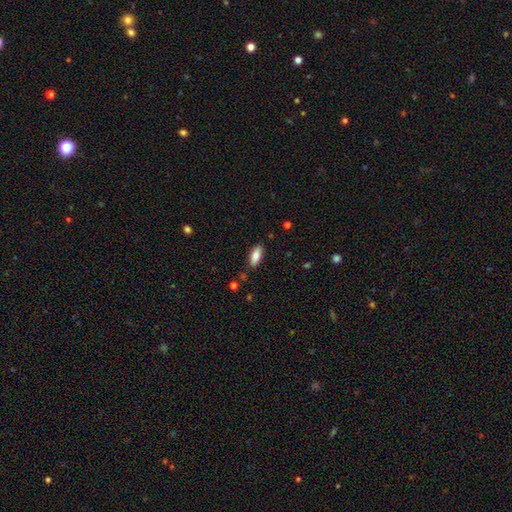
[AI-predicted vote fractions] The model was most divided on "how rounded": in between: 78%, cigar-shaped: 20%, round: 2%. More confident: merging — none (86%); smooth or featured — smooth (81%).